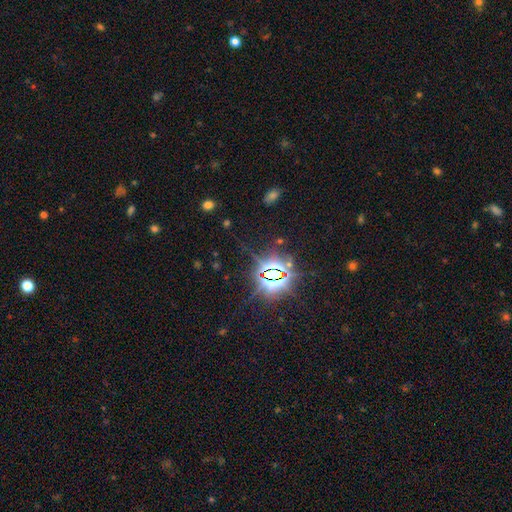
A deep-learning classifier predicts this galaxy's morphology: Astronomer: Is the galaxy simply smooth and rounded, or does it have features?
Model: star or artifact — 83%.